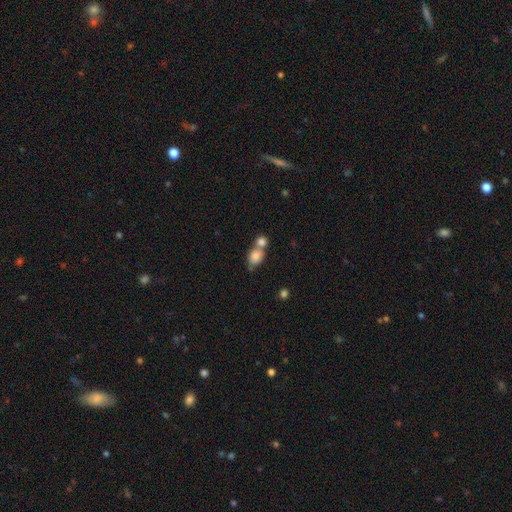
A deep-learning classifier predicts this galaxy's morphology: type=smooth (83%); roundness=in between (50%); merging=merger (53%).